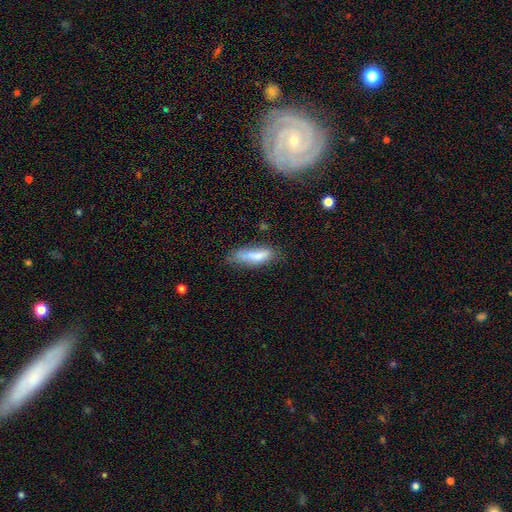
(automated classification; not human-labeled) Smooth or featured? smooth (73%)
How rounded? cigar-shaped (50%)
Merging? none (44%)